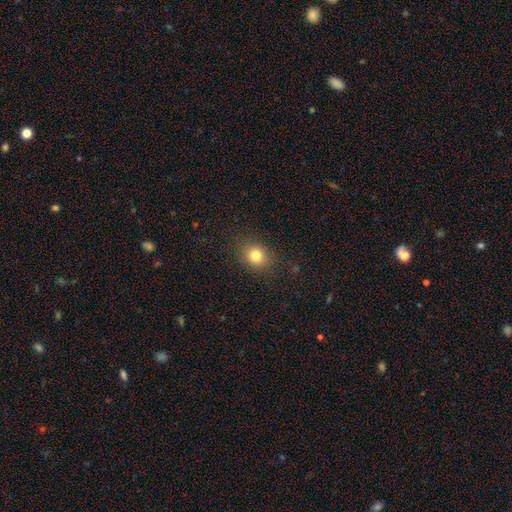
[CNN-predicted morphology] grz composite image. It shows a smooth galaxy with no disk features (80%) that is round (64%). Merging: none (86%).